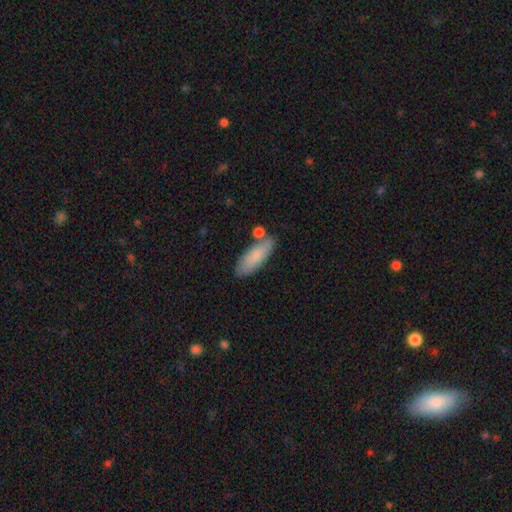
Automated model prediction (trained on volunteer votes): smooth 79%, featured or disk 15%, star or artifact 6%. Down the decision tree: how rounded — in between (61%); merging — none (68%).